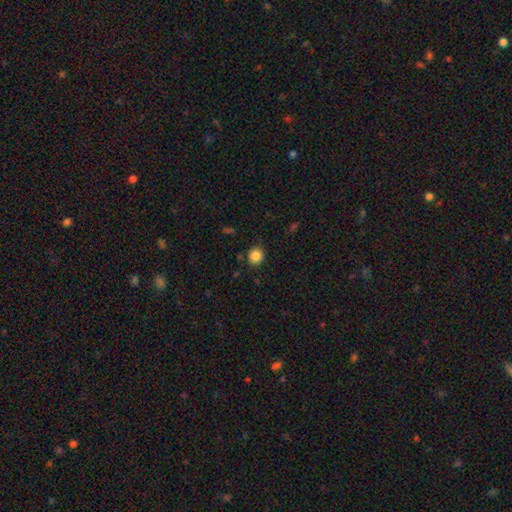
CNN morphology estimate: Overall: smooth (86%). How rounded: round (87%). Merging: none (86%).